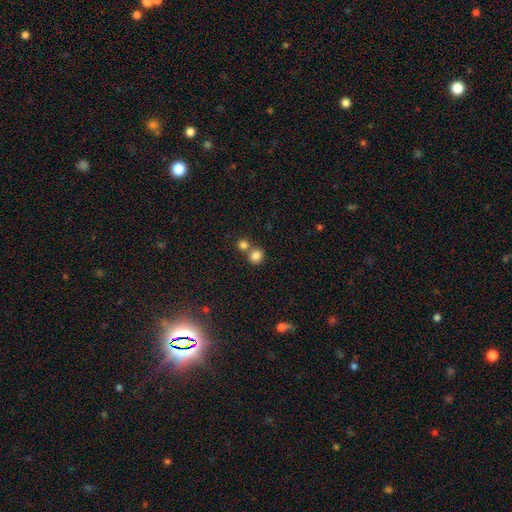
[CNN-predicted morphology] This is clearly a smooth galaxy (83%). How rounded: clearly round (82%). Merging: possibly none (54%).